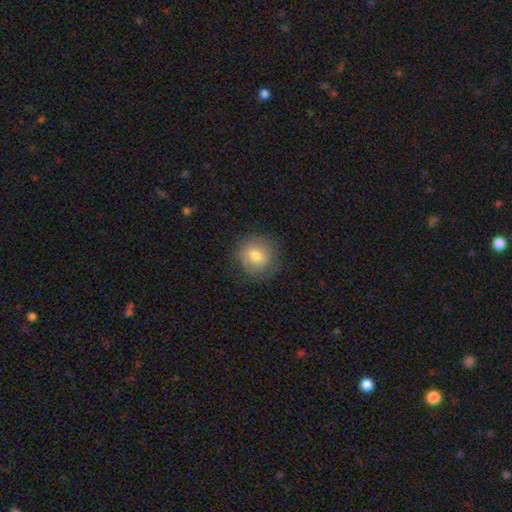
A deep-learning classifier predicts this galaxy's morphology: Smooth or featured? smooth (77%)
How rounded? round (90%)
Merging? none (81%)